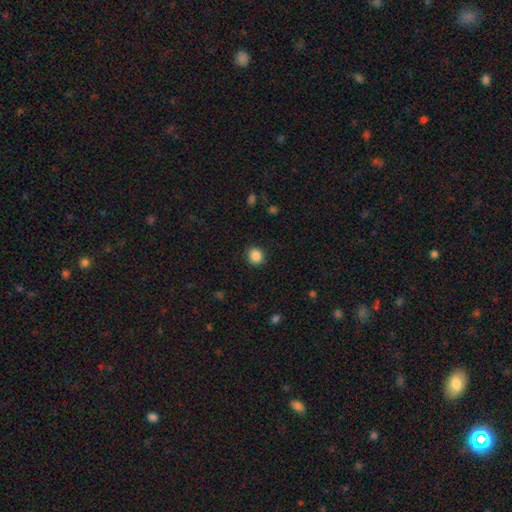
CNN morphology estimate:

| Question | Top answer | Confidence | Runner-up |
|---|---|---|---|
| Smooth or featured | smooth | 87% | star or artifact (10%) |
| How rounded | round | 83% | in between (16%) |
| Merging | none | 91% | minor disturbance (6%) |